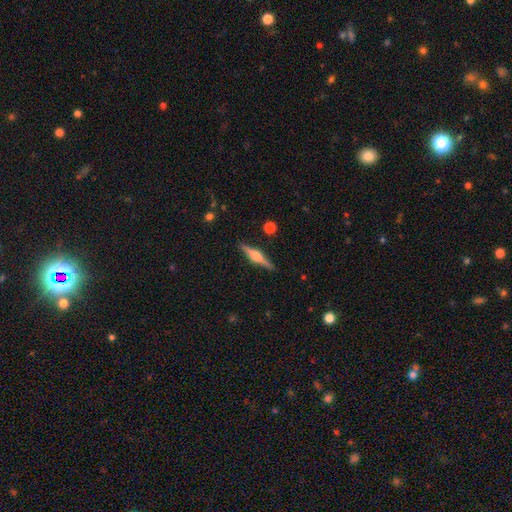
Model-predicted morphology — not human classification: Overall: featured or disk (75%). Edge-on disk: yes (98%). Edge-on bulge: rounded (88%). Merging: none (90%).